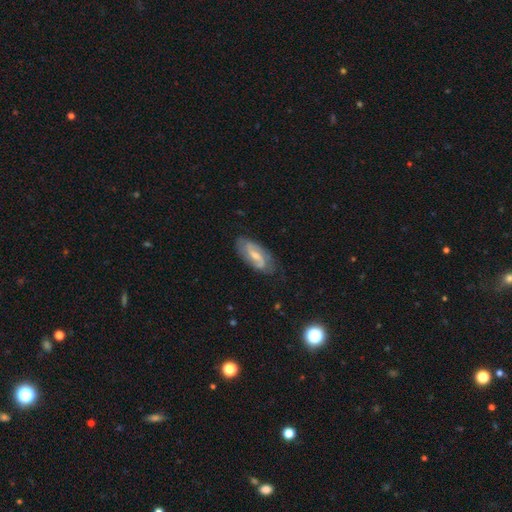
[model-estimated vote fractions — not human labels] Morphology: type=featured or disk (73%); edge-on=no (93%); bar=weak (54%); spiral arms=yes (90%); winding=medium (44%); arm count=2 (80%); bulge=small (44%); merging=none (75%).